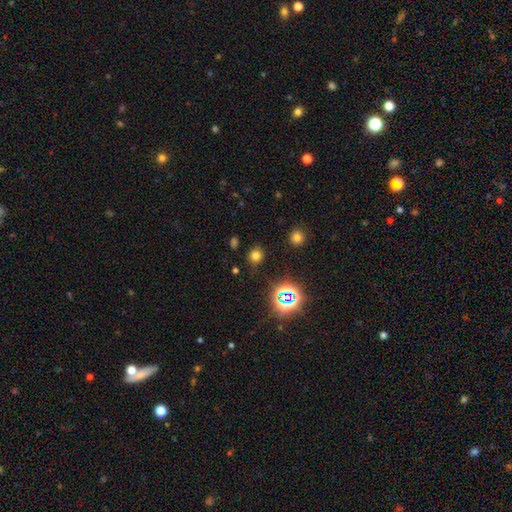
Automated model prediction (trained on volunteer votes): Smooth or featured: smooth — 67% (star or artifact — 27%)
How rounded: round — 84% (in between — 15%)
Merging: none — 85% (minor disturbance — 9%)